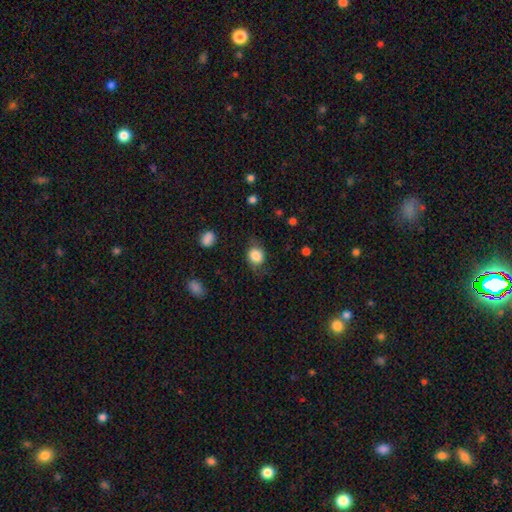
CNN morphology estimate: Smooth or featured? smooth (80%)
How rounded? round (60%)
Merging? none (68%)